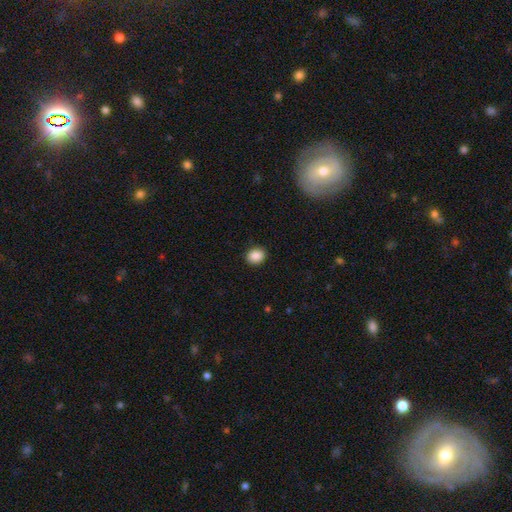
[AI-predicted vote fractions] Smooth or featured? smooth (89%)
How rounded? round (66%)
Merging? none (91%)